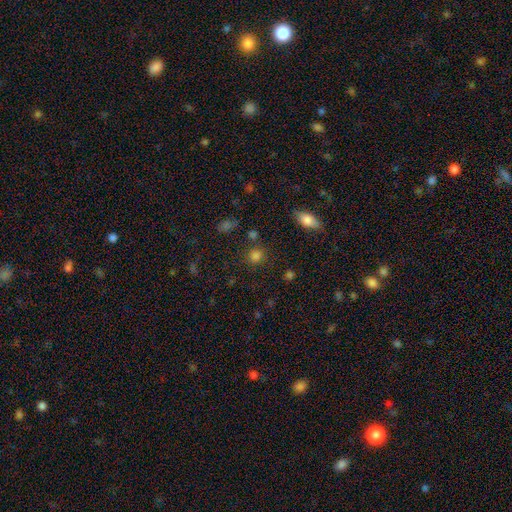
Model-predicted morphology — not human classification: smooth 77%, star or artifact 17%, featured or disk 5%. Down the decision tree: how rounded — round (81%); merging — none (77%).